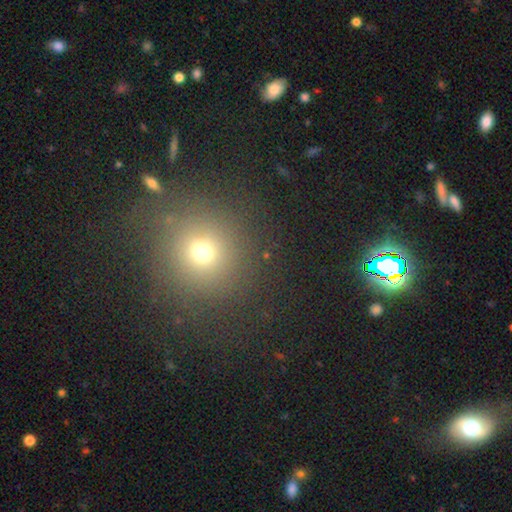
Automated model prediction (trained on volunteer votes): Smooth or featured: smooth — 57% (star or artifact — 33%)
How rounded: round — 92% (in between — 6%)
Merging: none — 86% (minor disturbance — 8%)